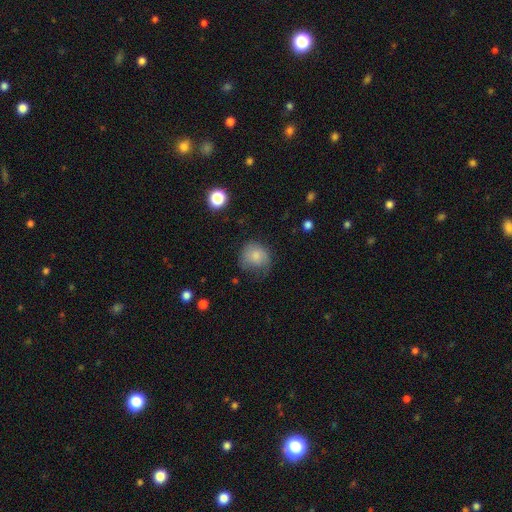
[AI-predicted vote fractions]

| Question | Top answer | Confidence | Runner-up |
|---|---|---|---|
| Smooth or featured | smooth | 76% | featured or disk (15%) |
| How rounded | round | 76% | in between (23%) |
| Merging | none | 48% | minor disturbance (32%) |